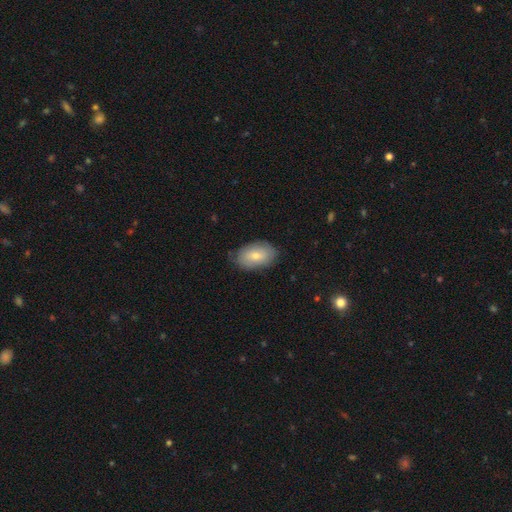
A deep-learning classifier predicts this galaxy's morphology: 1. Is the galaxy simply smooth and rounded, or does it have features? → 73% smooth, 21% featured or disk, 6% star or artifact.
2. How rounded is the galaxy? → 91% in between, 8% round, 1% cigar-shaped.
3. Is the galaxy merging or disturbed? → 80% none, 16% minor disturbance, 3% major disturbance, 1% merger.